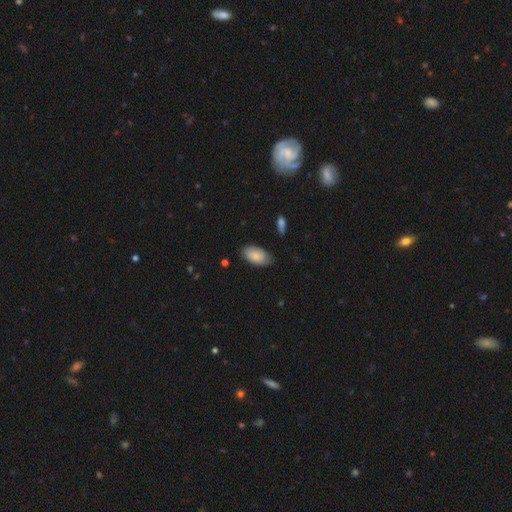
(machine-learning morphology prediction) Smooth or featured?
  - smooth: 78% *
  - featured or disk: 15%
  - star or artifact: 6%
How rounded?
  - in between: 94% *
  - round: 3%
  - cigar-shaped: 3%
Merging?
  - none: 72% *
  - minor disturbance: 22%
  - major disturbance: 4%
  - merger: 2%